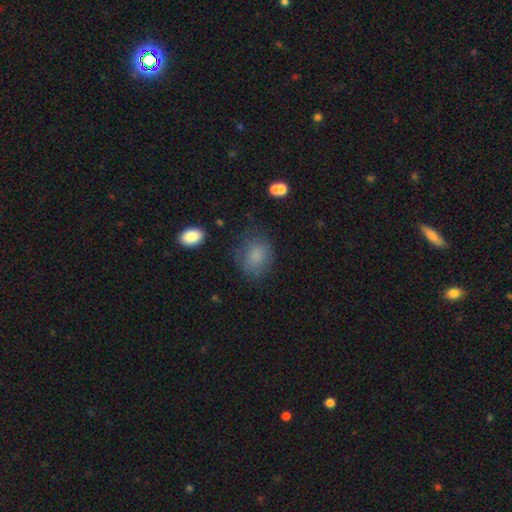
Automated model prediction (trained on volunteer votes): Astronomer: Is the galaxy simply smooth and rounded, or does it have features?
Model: smooth — 81%.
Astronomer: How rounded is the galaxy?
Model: in between — 56% (runner-up: round, 43%).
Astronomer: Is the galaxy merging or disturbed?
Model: none — 66%.